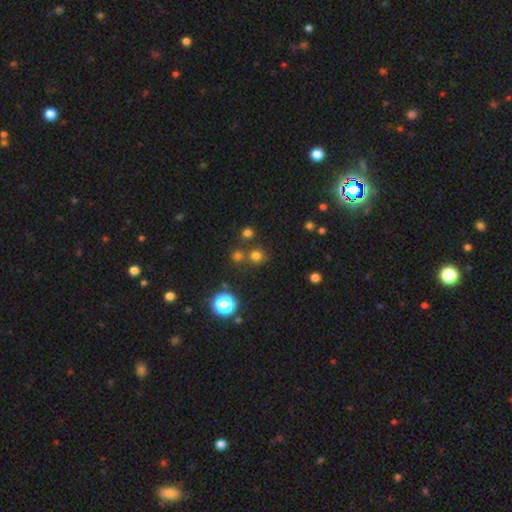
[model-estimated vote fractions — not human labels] Smooth or featured? Predicted: smooth (p=0.66). How rounded? Predicted: round (p=0.89). Merging? Predicted: none (p=0.70).